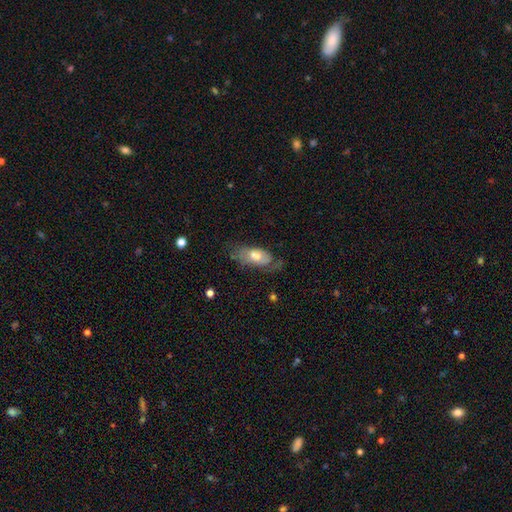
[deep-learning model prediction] smooth_or_featured: smooth (p=0.53) [alt: featured or disk p=0.40]
how_rounded: in between (p=0.83) [alt: cigar-shaped p=0.13]
merging: none (p=0.51) [alt: minor disturbance p=0.28]